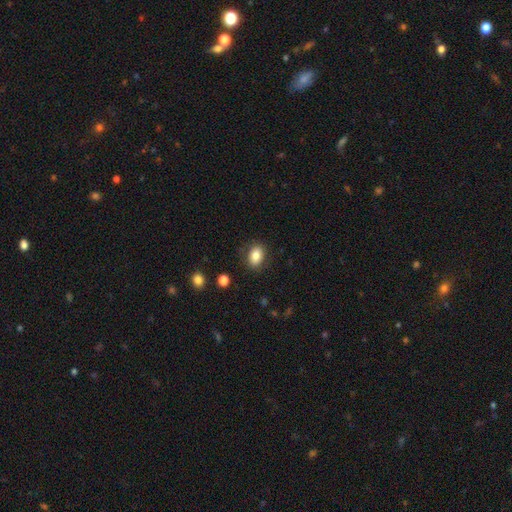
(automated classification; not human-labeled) Q: Smooth or featured?
A: smooth (83%); runner-up: star or artifact (9%)
Q: How rounded?
A: in between (76%); runner-up: round (23%)
Q: Merging?
A: none (84%); runner-up: minor disturbance (11%)